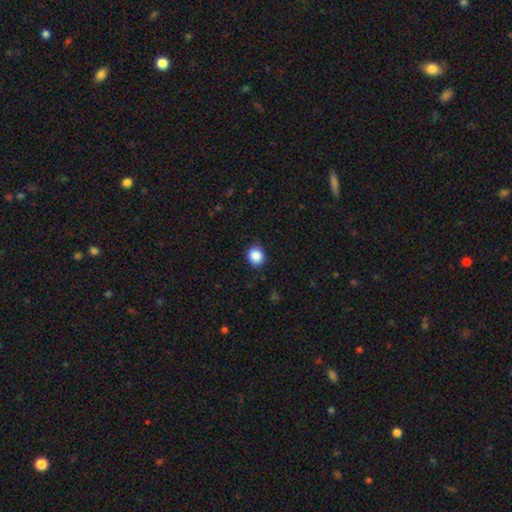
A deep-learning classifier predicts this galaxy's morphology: smooth_or_featured: smooth (p=0.88) [alt: star or artifact p=0.09]
how_rounded: round (p=0.82) [alt: in between p=0.18]
merging: none (p=0.89) [alt: minor disturbance p=0.08]